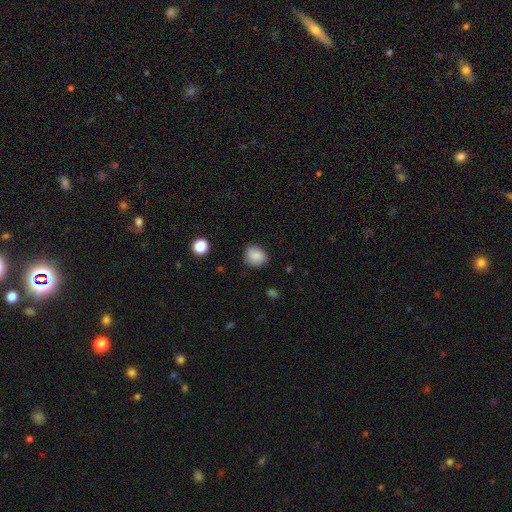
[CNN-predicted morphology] This appears to be a smooth galaxy with no disk features (84%) that is round (68%). Merging: none (78%).